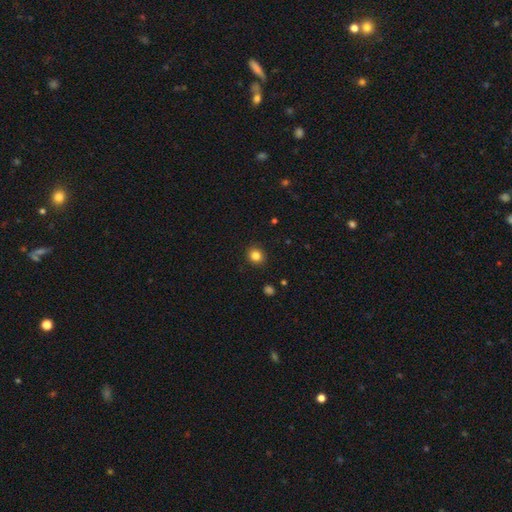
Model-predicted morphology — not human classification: Smooth or featured? Predicted: smooth (p=0.84). How rounded? Predicted: round (p=0.82). Merging? Predicted: none (p=0.90).